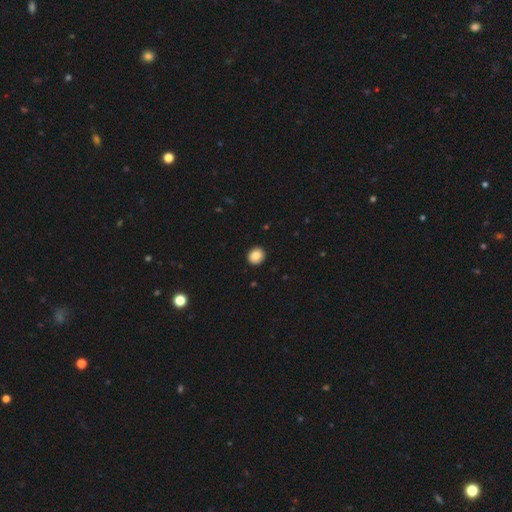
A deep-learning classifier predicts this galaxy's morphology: Smooth or featured: smooth — 86% (star or artifact — 9%)
How rounded: round — 81% (in between — 18%)
Merging: none — 92% (minor disturbance — 6%)